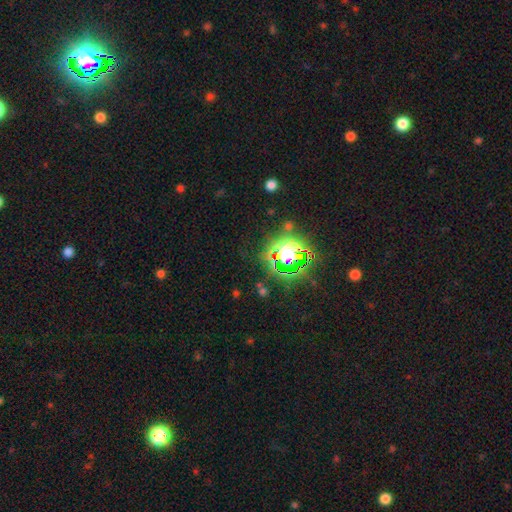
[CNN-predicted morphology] Q: Smooth or featured?
A: star or artifact (81%); runner-up: smooth (12%)